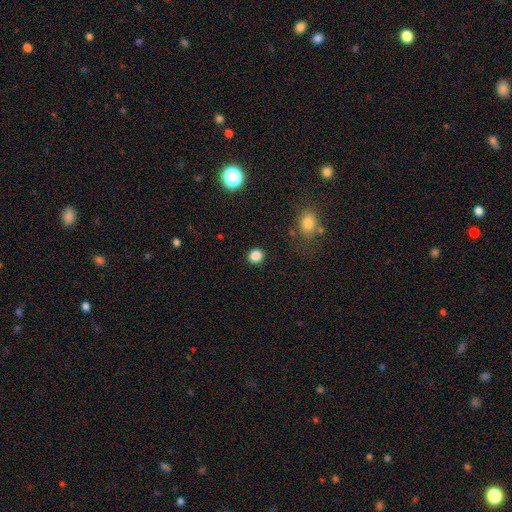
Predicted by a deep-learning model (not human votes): Smooth or featured? smooth (85%)
How rounded? round (86%)
Merging? none (90%)